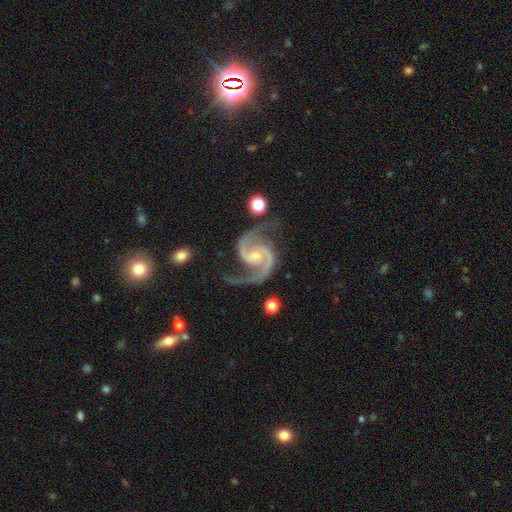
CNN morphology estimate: Smooth or featured: featured or disk — 94% (star or artifact — 4%)
Edge-on disk: no — 98% (yes — 2%)
Bar: no — 56% (weak — 33%)
Spiral arms: yes — 99% (no — 1%)
Spiral winding: medium — 65% (loose — 20%)
Spiral arm count: 2 — 94% (3 — 2%)
Bulge size: small — 70% (moderate — 24%)
Merging: none — 72% (minor disturbance — 17%)